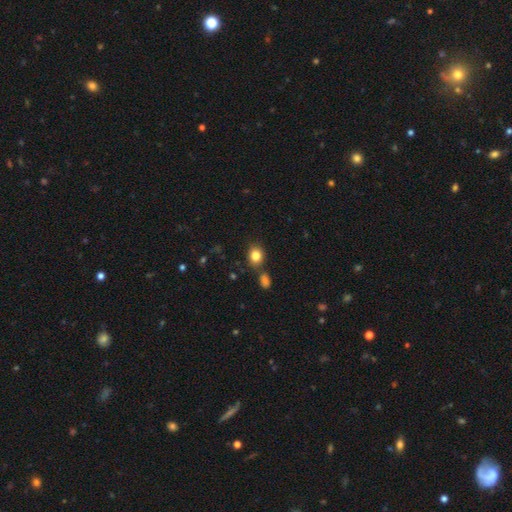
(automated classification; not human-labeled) A smooth galaxy with no disk features (83%) that is round (56%). Merging: none (76%).